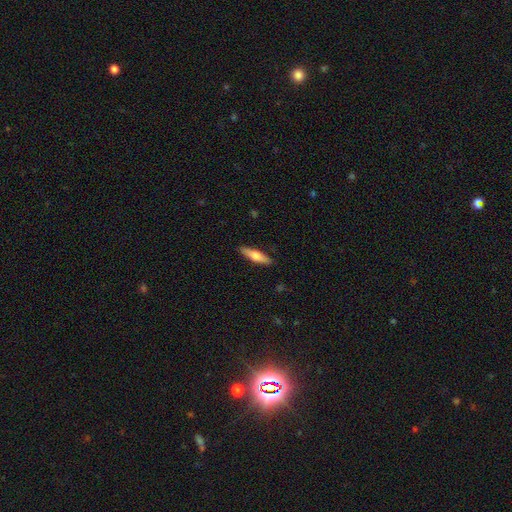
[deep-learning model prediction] Smooth or featured? smooth (58%)
How rounded? cigar-shaped (72%)
Merging? none (89%)